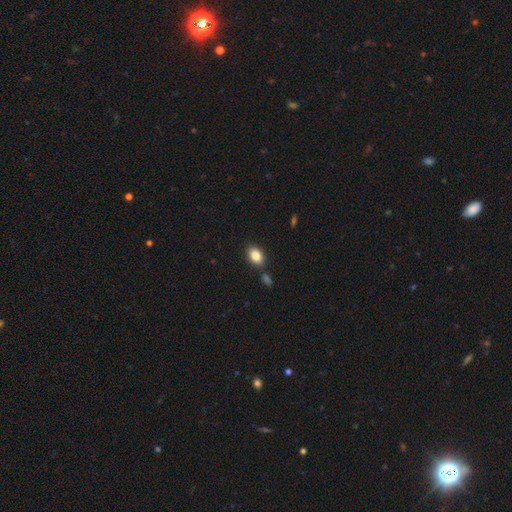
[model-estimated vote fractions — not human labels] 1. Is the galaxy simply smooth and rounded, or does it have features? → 85% smooth, 8% star or artifact, 7% featured or disk.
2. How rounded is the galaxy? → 88% in between, 10% round, 2% cigar-shaped.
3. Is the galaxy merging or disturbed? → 81% none, 10% minor disturbance, 6% merger, 2% major disturbance.